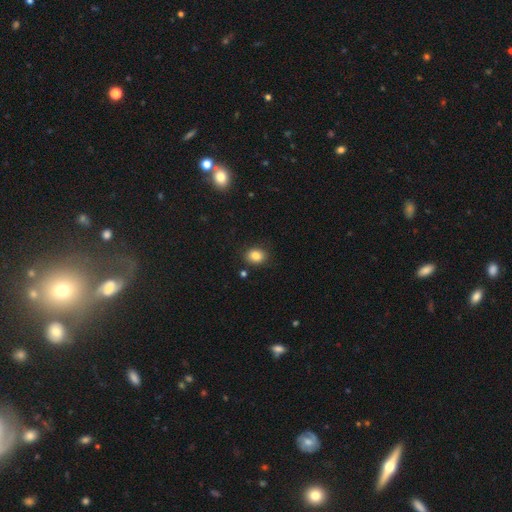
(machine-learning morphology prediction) A smooth galaxy with no disk features (84%) that is round (53%).

Vote fractions:
- Smooth or featured? smooth: 84% / star or artifact: 10% / featured or disk: 6%
- How rounded? round: 53% / in between: 46% / cigar-shaped: 1%
- Merging? none: 86% / minor disturbance: 9% / major disturbance: 2% / merger: 2%